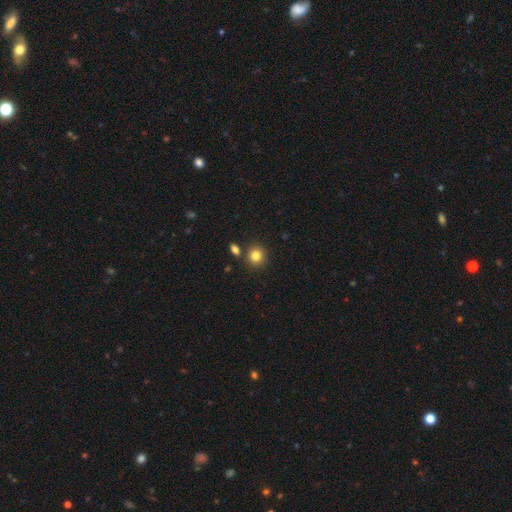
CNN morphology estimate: smooth_or_featured: smooth (p=0.83) [alt: star or artifact p=0.11]
how_rounded: round (p=0.86) [alt: in between p=0.13]
merging: none (p=0.80) [alt: merger p=0.09]